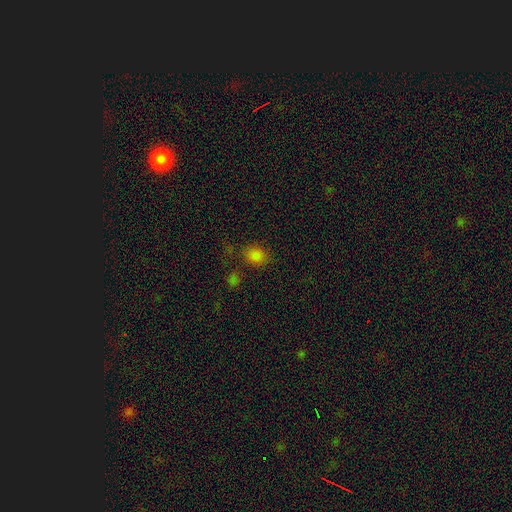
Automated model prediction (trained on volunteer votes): smooth 79%, star or artifact 16%, featured or disk 5%. Down the decision tree: how rounded — round (57%); merging — none (71%).